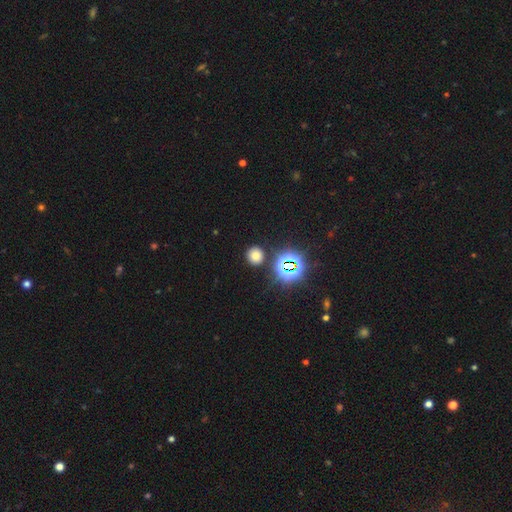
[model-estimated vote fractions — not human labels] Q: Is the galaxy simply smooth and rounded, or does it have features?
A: smooth — 68%.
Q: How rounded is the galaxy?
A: round — 89%.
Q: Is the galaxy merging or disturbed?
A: none — 87%.